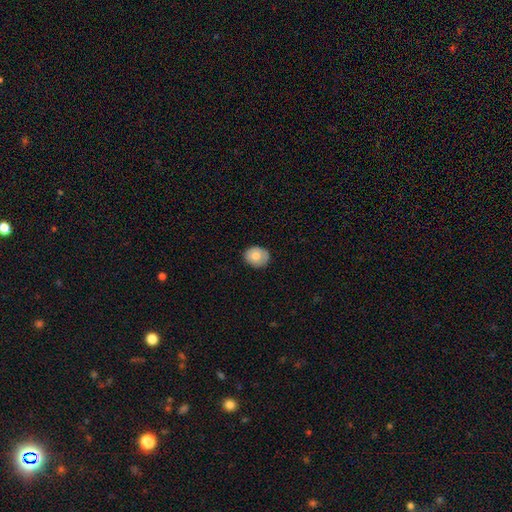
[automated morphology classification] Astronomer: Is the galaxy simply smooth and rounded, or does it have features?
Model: smooth — 72%.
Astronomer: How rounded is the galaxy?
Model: round — 62%.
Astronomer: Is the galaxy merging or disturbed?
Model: none — 84%.